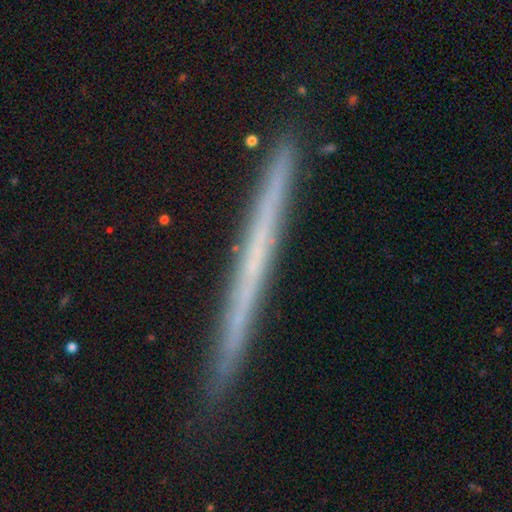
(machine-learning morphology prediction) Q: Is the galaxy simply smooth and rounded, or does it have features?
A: featured or disk — 59%.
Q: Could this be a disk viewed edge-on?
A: yes — 97%.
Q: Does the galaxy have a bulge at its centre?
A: none — 93%.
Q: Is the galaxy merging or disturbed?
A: none — 89%.